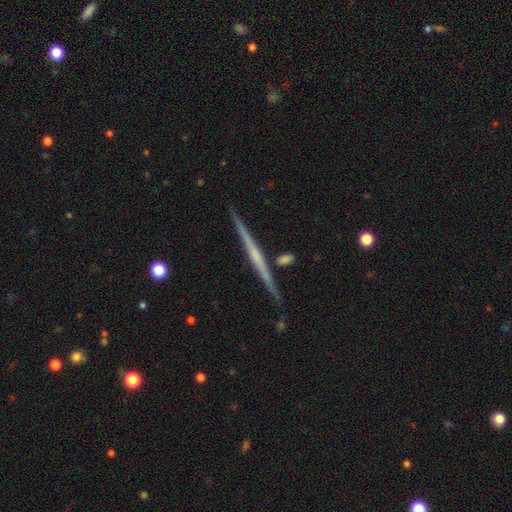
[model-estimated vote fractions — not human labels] Smooth or featured?
  - featured or disk: 74% *
  - smooth: 20%
  - star or artifact: 5%
Edge-on disk?
  - yes: 98% *
  - no: 2%
Edge-on bulge?
  - none: 66% *
  - rounded: 26%
  - boxy: 9%
Merging?
  - none: 90% *
  - minor disturbance: 6%
  - merger: 3%
  - major disturbance: 1%